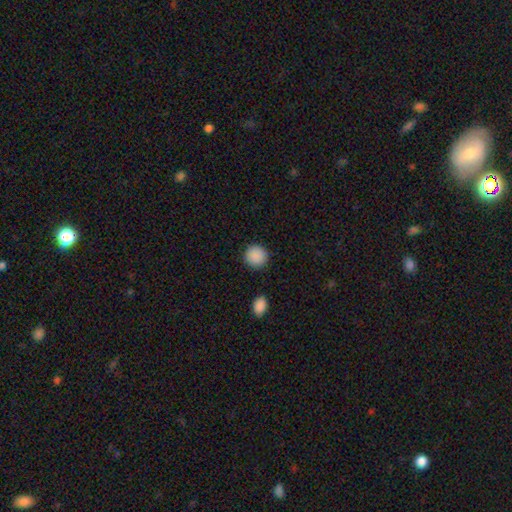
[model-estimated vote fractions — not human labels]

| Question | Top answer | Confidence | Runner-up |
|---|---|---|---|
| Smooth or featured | smooth | 89% | star or artifact (8%) |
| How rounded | round | 92% | in between (7%) |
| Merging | none | 90% | minor disturbance (6%) |